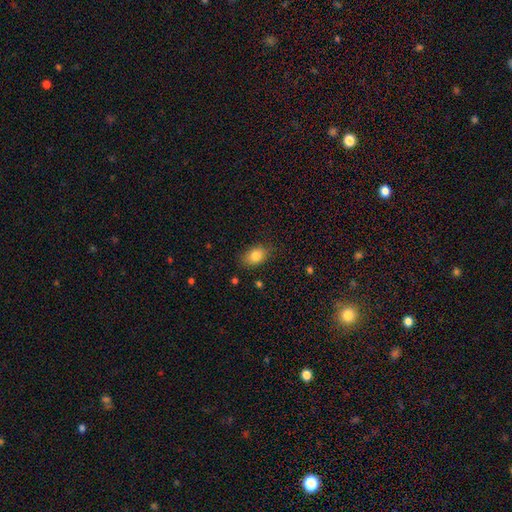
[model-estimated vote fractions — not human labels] smooth_or_featured: smooth (p=0.83) [alt: star or artifact p=0.09]
how_rounded: in between (p=0.80) [alt: round p=0.19]
merging: none (p=0.78) [alt: minor disturbance p=0.17]